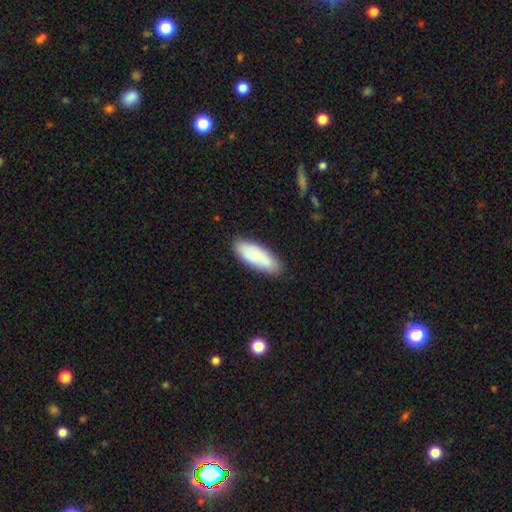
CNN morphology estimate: Overall: smooth (79%). How rounded: in between (71%). Merging: none (81%).